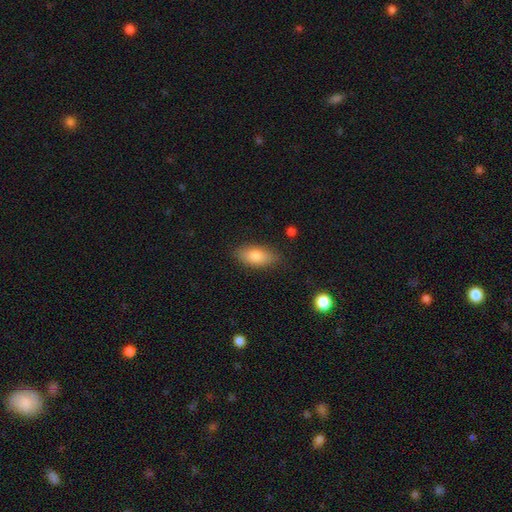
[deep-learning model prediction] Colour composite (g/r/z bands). It shows a smooth galaxy with no disk features (83%) that is in between round and cigar-shaped (87%). Merging: none (83%).